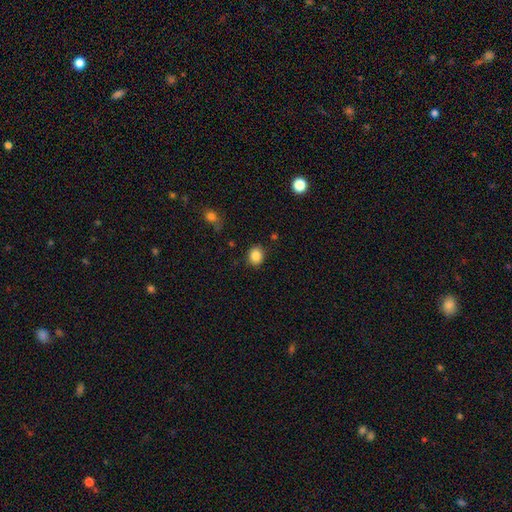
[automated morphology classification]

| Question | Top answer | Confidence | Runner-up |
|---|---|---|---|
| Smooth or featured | smooth | 86% | star or artifact (10%) |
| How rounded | round | 68% | in between (31%) |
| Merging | none | 86% | minor disturbance (9%) |